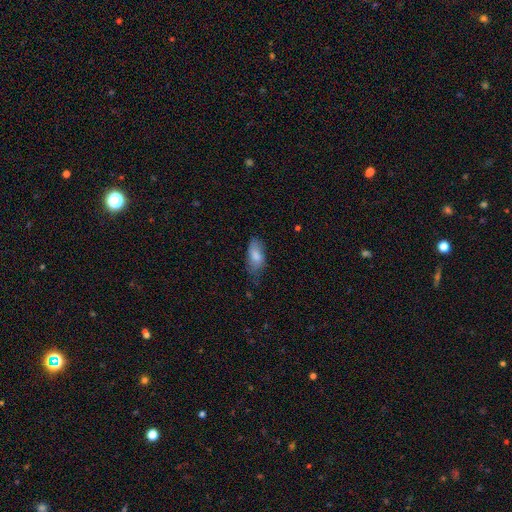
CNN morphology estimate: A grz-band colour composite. It shows a smooth galaxy with no disk features (80%) that is in between round and cigar-shaped (88%). Merging: none (52%).